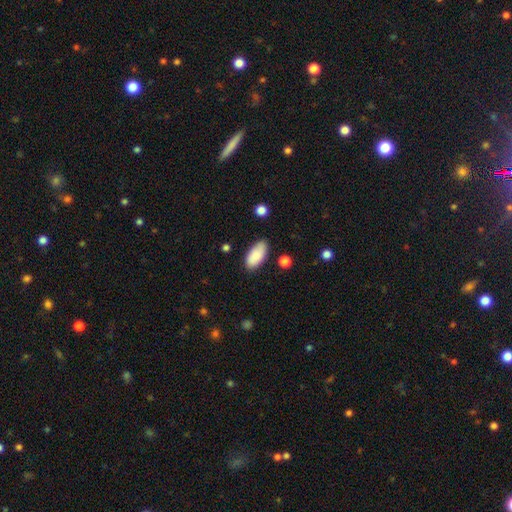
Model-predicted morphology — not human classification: The model was most divided on "merging": none: 79%, minor disturbance: 16%, major disturbance: 3%, merger: 2%. More confident: how rounded — in between (92%); smooth or featured — smooth (87%).